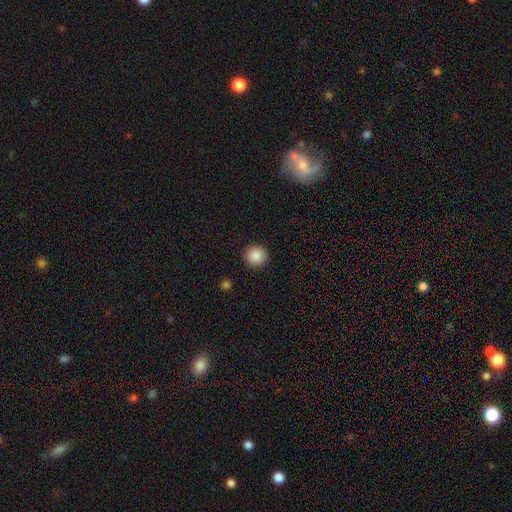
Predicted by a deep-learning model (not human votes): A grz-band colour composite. It shows a smooth galaxy with no disk features (88%) that is round (94%). Merging: none (92%).